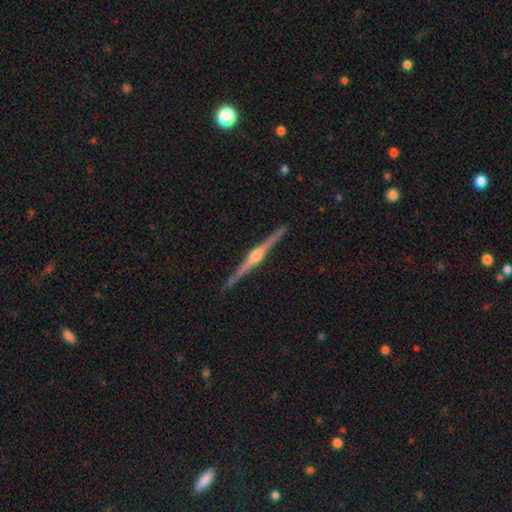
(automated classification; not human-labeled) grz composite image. It shows a featured or disk galaxy (88%) viewed edge-on (99%) with a rounded central bulge (90%). Merging: none (91%).